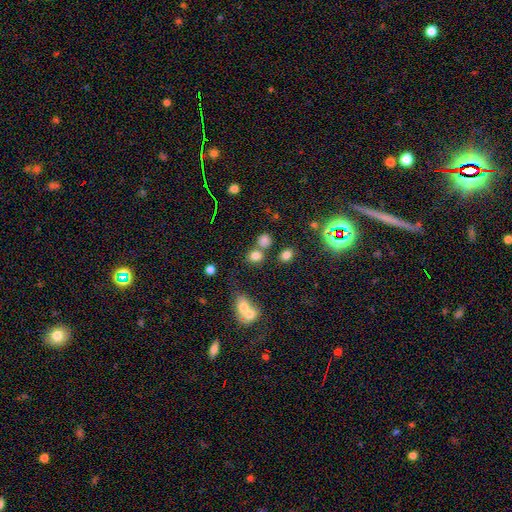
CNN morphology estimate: A smooth galaxy with no disk features (76%) that is round (67%). Merging: none (57%).